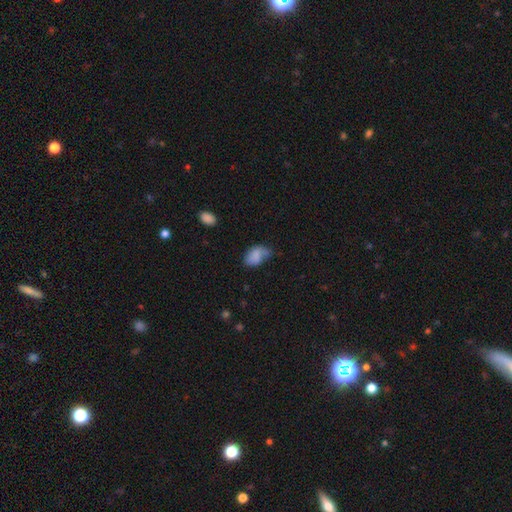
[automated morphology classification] This is likely a smooth galaxy (80%). How rounded: clearly in between (86%). Merging: marginally none (40%, tied with minor disturbance).